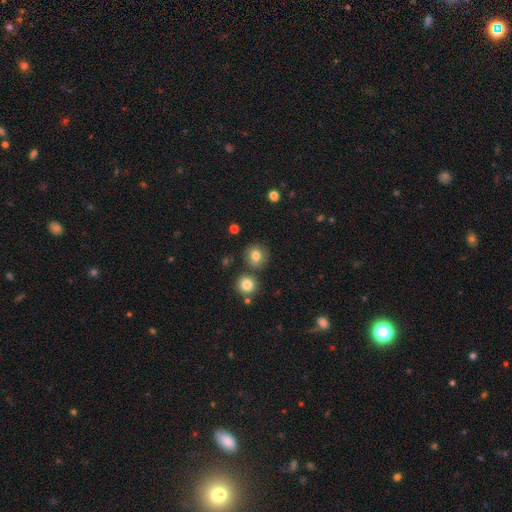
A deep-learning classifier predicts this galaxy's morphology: The model was most divided on "smooth or featured": smooth: 80%, star or artifact: 12%, featured or disk: 9%. More confident: how rounded — round (90%); merging — none (79%).